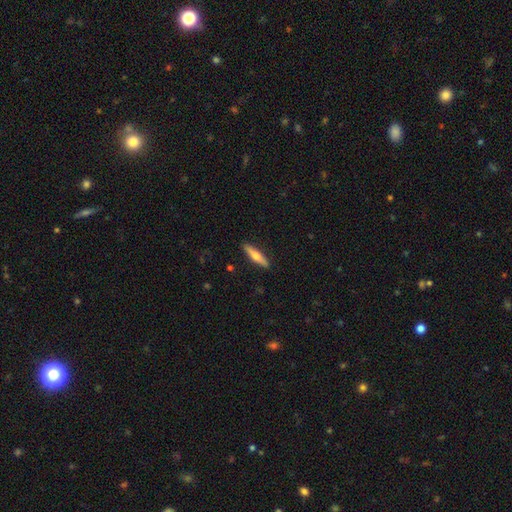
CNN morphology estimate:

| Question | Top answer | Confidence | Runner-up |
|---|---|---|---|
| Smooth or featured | smooth | 49% | featured or disk (46%) |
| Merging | none | 90% | minor disturbance (7%) |